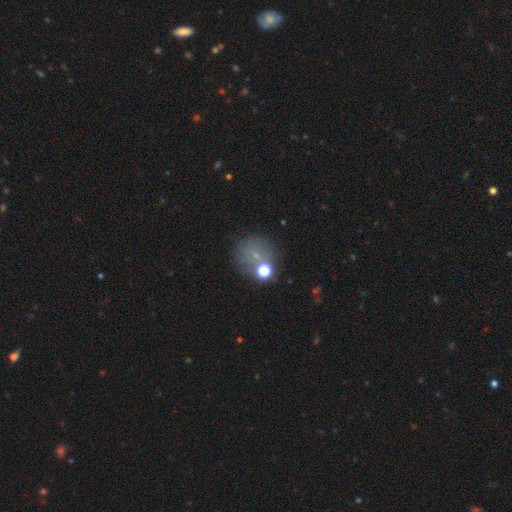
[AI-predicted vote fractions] smooth 49%, star or artifact 33%, featured or disk 18%. Down the decision tree: merging — none (62%).